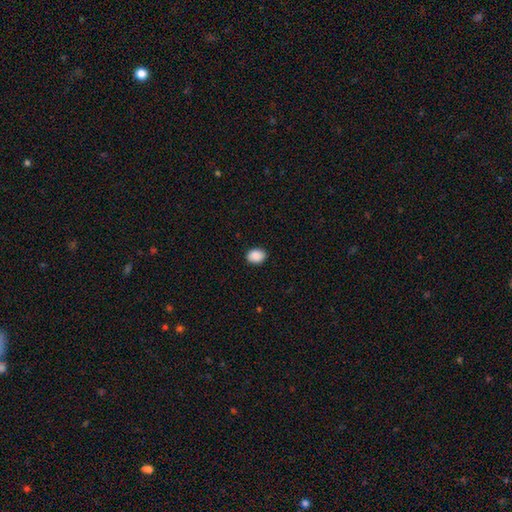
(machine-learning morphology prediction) This is clearly a smooth galaxy (90%). How rounded: likely in between (62%). Merging: clearly none (89%).